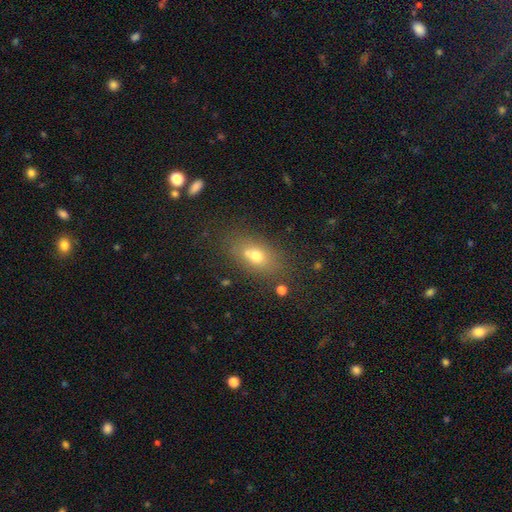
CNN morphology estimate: Smooth or featured?
  - smooth: 67% *
  - featured or disk: 19%
  - star or artifact: 14%
How rounded?
  - in between: 75% *
  - round: 21%
  - cigar-shaped: 5%
Merging?
  - none: 59% *
  - merger: 23%
  - minor disturbance: 13%
  - major disturbance: 5%